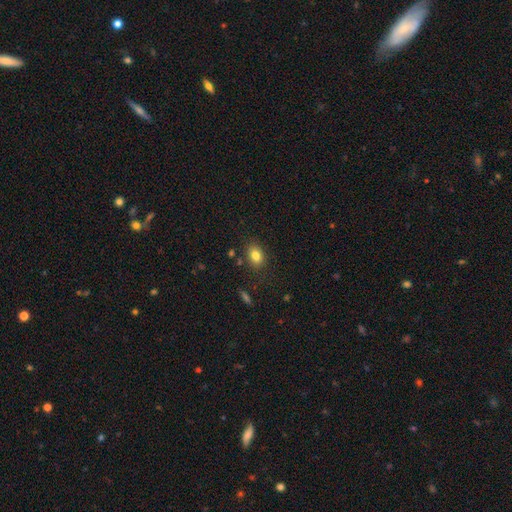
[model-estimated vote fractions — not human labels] Smooth or featured?
  - smooth: 81% *
  - star or artifact: 10%
  - featured or disk: 9%
How rounded?
  - in between: 69% *
  - round: 30%
  - cigar-shaped: 1%
Merging?
  - none: 82% *
  - minor disturbance: 12%
  - merger: 3%
  - major disturbance: 3%